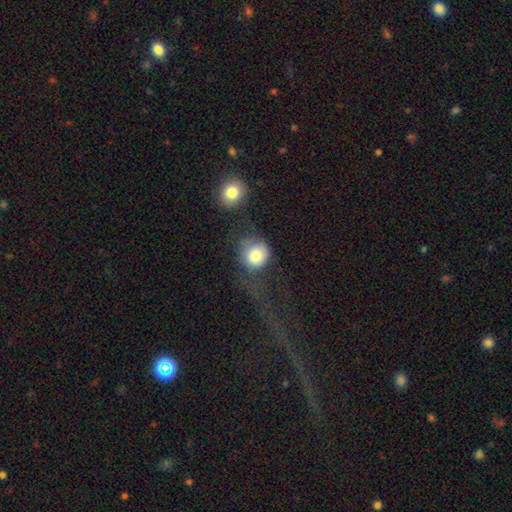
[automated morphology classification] A smooth galaxy with no disk features (79%) that is round (82%).

Vote fractions:
- Smooth or featured? smooth: 79% / featured or disk: 13% / star or artifact: 9%
- How rounded? round: 82% / in between: 17% / cigar-shaped: 1%
- Merging? none: 40% / major disturbance: 31% / minor disturbance: 20% / merger: 9%